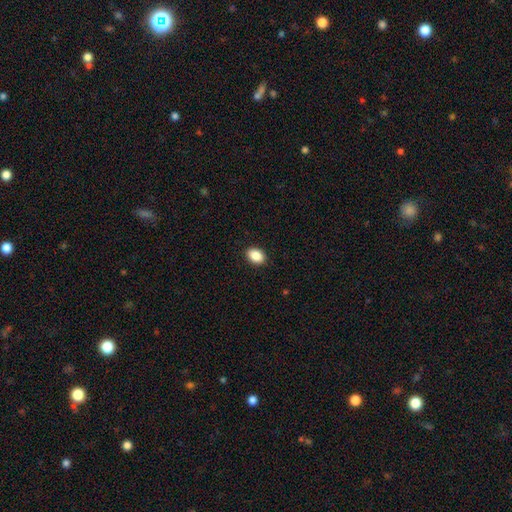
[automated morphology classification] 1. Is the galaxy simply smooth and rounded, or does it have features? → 89% smooth, 8% star or artifact, 3% featured or disk.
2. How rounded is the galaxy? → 76% in between, 23% round, 1% cigar-shaped.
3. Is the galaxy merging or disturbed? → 91% none, 6% minor disturbance, 2% major disturbance, 1% merger.